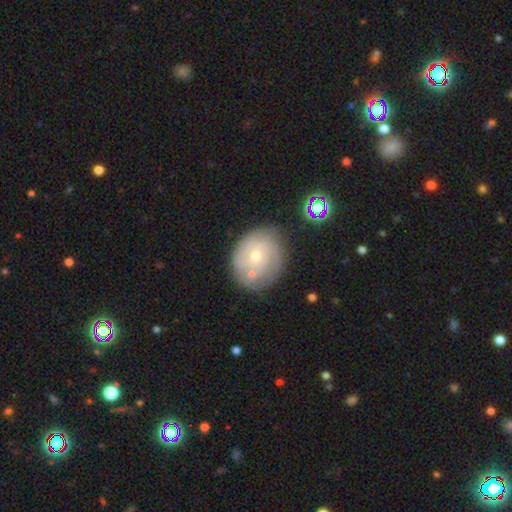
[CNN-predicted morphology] The model was most divided on "smooth or featured": featured or disk: 60%, smooth: 31%, star or artifact: 9%. More confident: edge-on disk — no (97%); bar — no (80%); spiral arms — yes (75%); bulge size — small (64%); merging — none (64%).